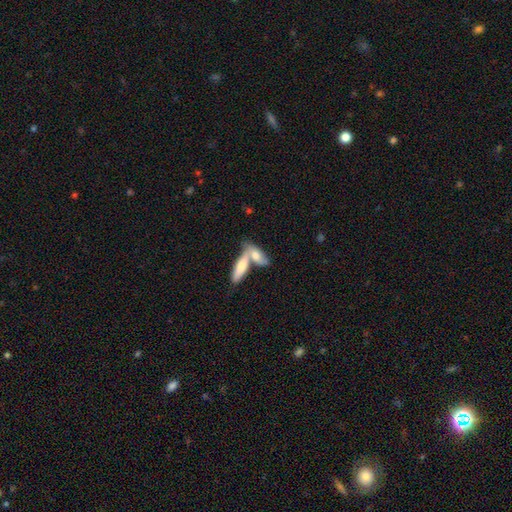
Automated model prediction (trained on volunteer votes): Smooth or featured: smooth — 66% (featured or disk — 28%)
How rounded: in between — 64% (cigar-shaped — 33%)
Merging: merger — 61% (none — 27%)